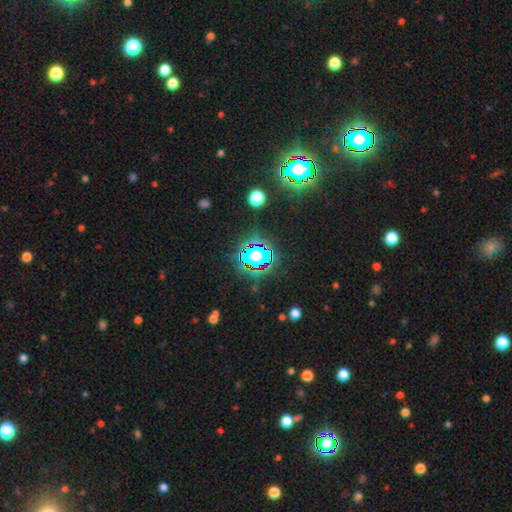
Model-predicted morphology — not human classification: The model was most divided on "smooth or featured": star or artifact: 61%, smooth: 28%, featured or disk: 11%.